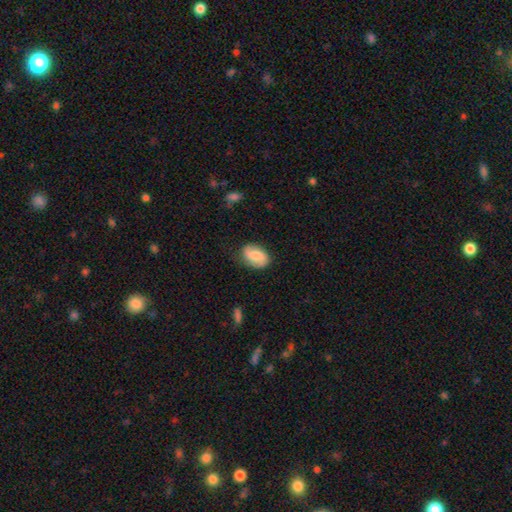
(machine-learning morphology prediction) This appears to be a smooth galaxy with no disk features (57%) that is in between round and cigar-shaped (84%). Merging: none (78%).